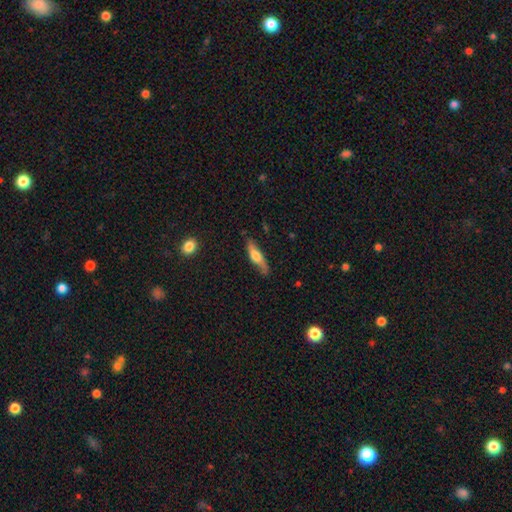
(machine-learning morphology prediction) Q: Smooth or featured?
A: smooth (51%); runner-up: featured or disk (43%)
Q: How rounded?
A: cigar-shaped (66%); runner-up: in between (31%)
Q: Merging?
A: none (73%); runner-up: minor disturbance (20%)